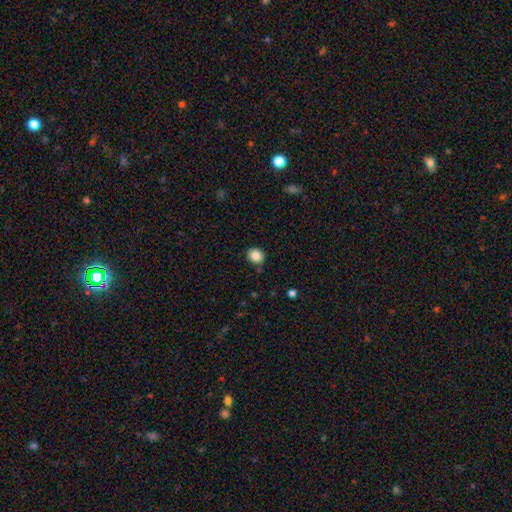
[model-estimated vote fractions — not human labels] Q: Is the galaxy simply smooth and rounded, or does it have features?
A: smooth — 87%.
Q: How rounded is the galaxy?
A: round — 79%.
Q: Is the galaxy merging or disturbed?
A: none — 85%.